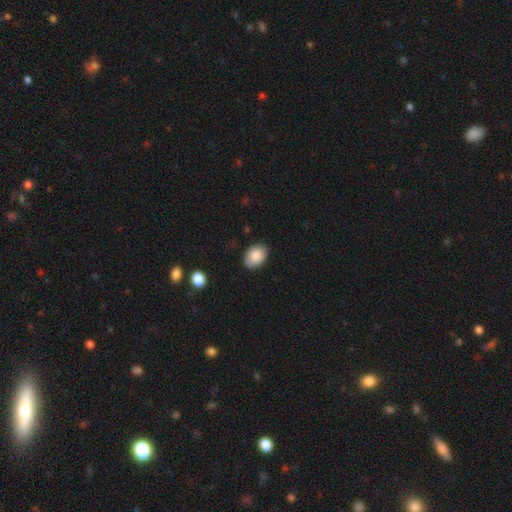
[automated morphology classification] Smooth or featured: smooth — 87% (star or artifact — 7%)
How rounded: in between — 73% (round — 26%)
Merging: none — 81% (minor disturbance — 15%)